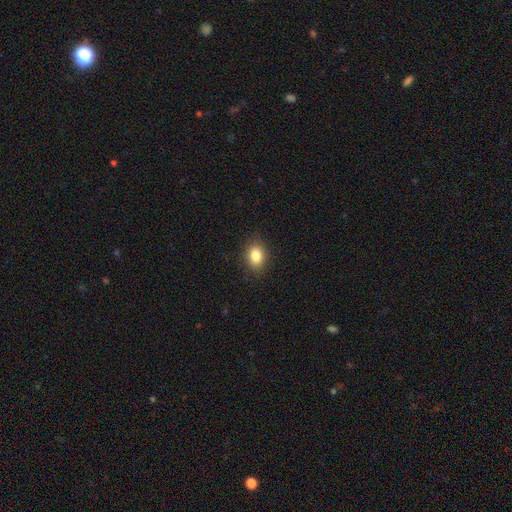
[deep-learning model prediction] A smooth galaxy with no disk features (84%) that is in between round and cigar-shaped (69%).

Vote fractions:
- Smooth or featured? smooth: 84% / star or artifact: 9% / featured or disk: 6%
- How rounded? in between: 69% / round: 30% / cigar-shaped: 1%
- Merging? none: 88% / minor disturbance: 8% / major disturbance: 2% / merger: 1%